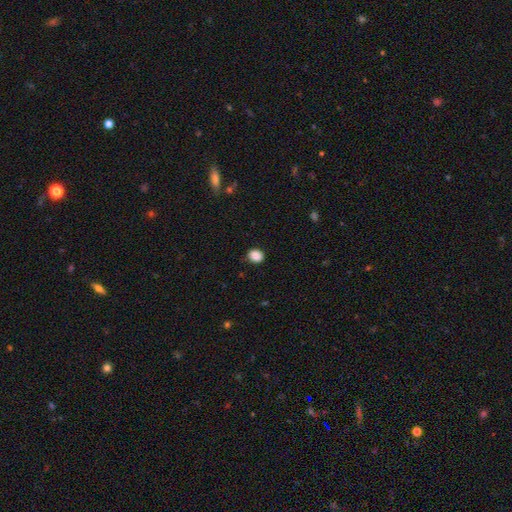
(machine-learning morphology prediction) The model was most divided on "how rounded": round: 61%, in between: 39%, cigar-shaped: 1%. More confident: smooth or featured — smooth (89%); merging — none (87%).